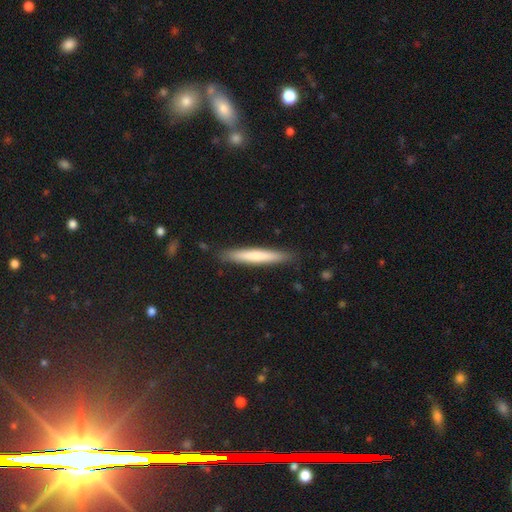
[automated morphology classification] Smooth or featured: smooth — 52% (featured or disk — 39%)
How rounded: cigar-shaped — 95% (in between — 3%)
Merging: none — 89% (minor disturbance — 9%)